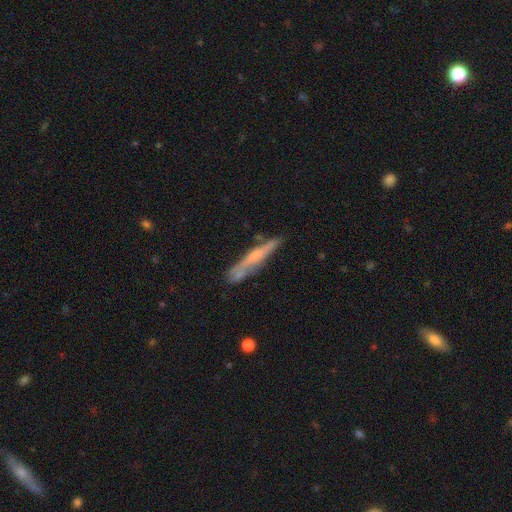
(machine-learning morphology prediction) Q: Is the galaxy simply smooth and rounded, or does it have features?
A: featured or disk — 50%.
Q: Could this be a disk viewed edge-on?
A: yes — 87%.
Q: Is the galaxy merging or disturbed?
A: none — 68%.